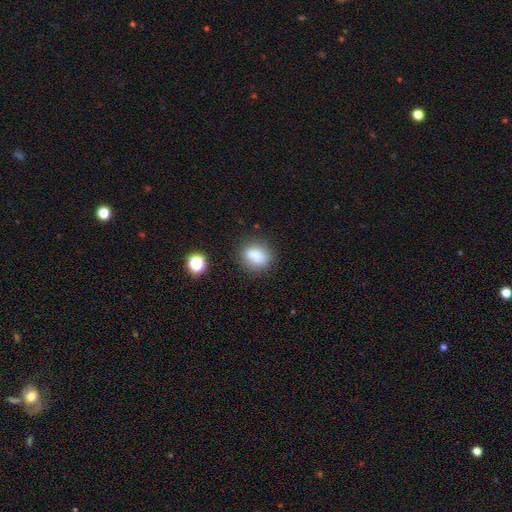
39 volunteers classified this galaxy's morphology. A smooth galaxy with no disk features (92%) that is round (56%). Merging: none (66%).